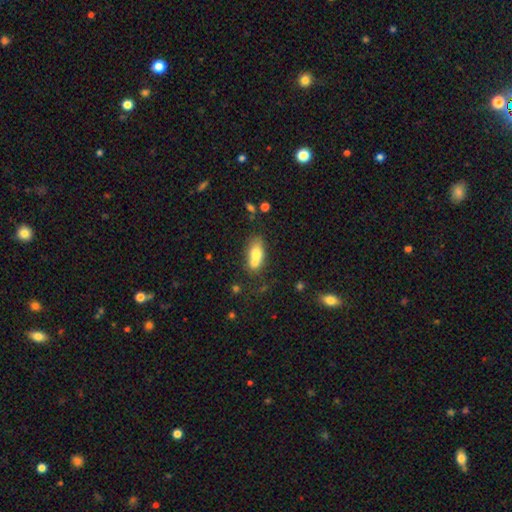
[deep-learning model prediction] Overall: smooth (72%). How rounded: in between (81%). Merging: merger (40%; none 38%).